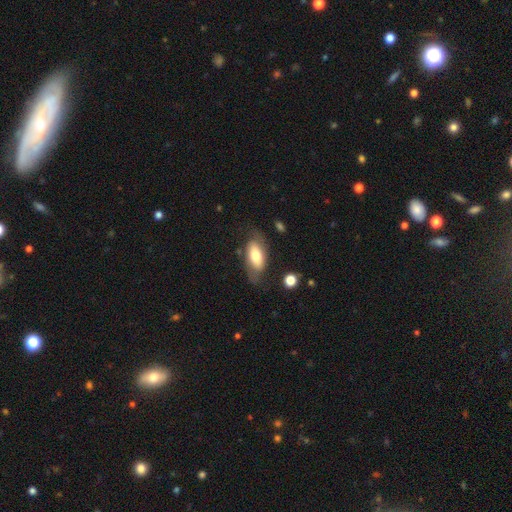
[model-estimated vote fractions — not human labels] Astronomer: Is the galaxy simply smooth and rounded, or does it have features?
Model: smooth — 63%.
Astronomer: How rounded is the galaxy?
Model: in between — 85%.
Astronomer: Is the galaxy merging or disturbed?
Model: none — 63%.